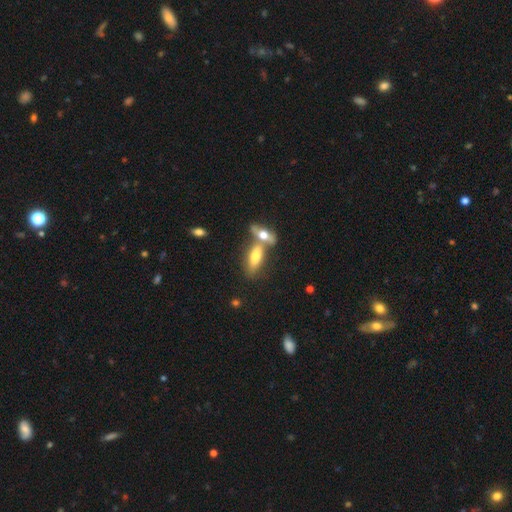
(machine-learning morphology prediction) A smooth galaxy with no disk features (61%) that is in between round and cigar-shaped (60%). Merging: merger (47%).